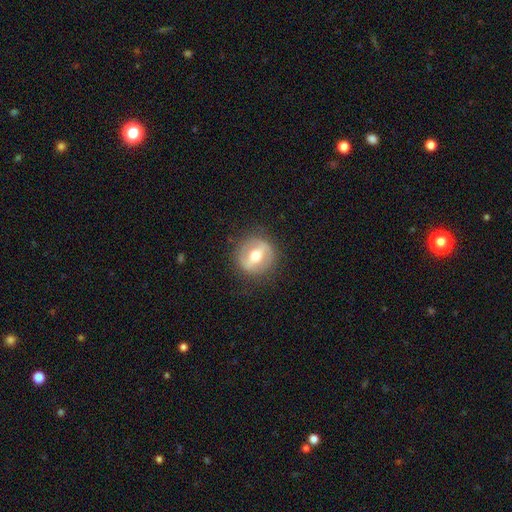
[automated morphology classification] This appears to be a featured or disk galaxy (61%) with a strong bar (58%), no spiral arms (74%) and a moderate central bulge (73%). Merging: none (84%).